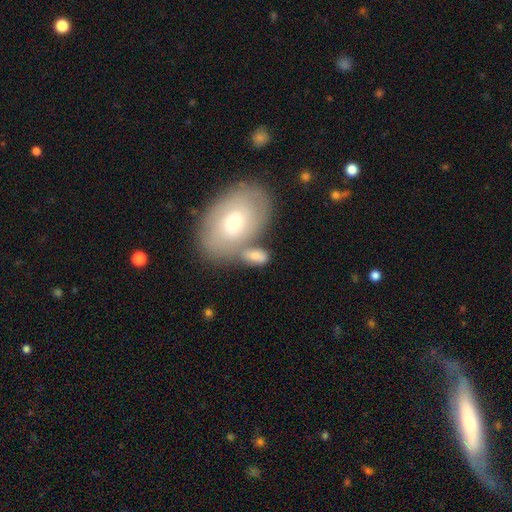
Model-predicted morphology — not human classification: smooth_or_featured: smooth (p=0.68) [alt: featured or disk p=0.26]
how_rounded: in between (p=0.88) [alt: round p=0.08]
merging: none (p=0.40) [alt: merger p=0.37]